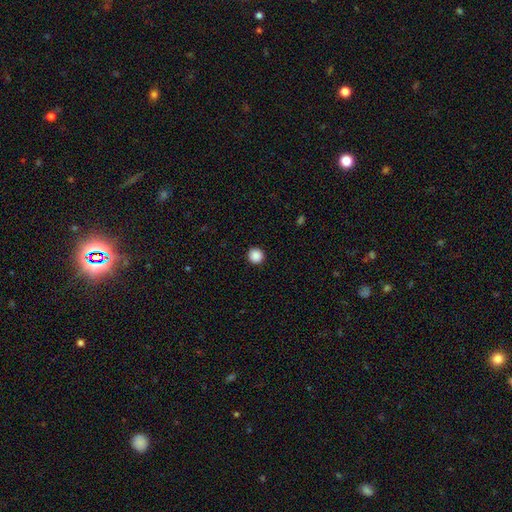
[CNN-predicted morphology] A smooth galaxy with no disk features (88%) that is round (96%).

Vote fractions:
- Smooth or featured? smooth: 88% / star or artifact: 9% / featured or disk: 2%
- How rounded? round: 96% / in between: 4% / cigar-shaped: 1%
- Merging? none: 93% / minor disturbance: 4% / major disturbance: 2% / merger: 1%